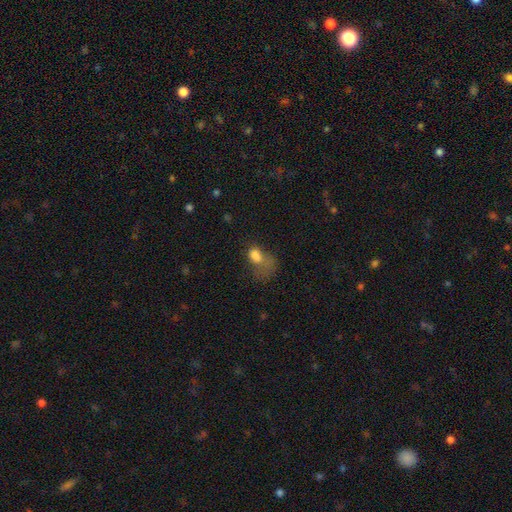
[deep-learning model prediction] smooth-or-featured: smooth: 70% | featured or disk: 17% | star or artifact: 13%
  how-rounded: in between: 78% | round: 20% | cigar-shaped: 2%
  merging: major disturbance: 55% | minor disturbance: 16% | merger: 15% | none: 14%